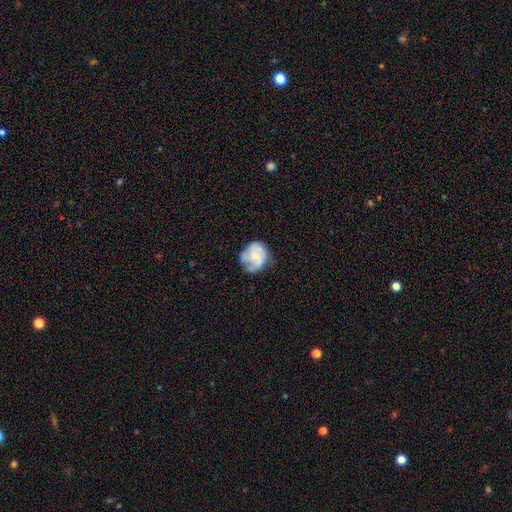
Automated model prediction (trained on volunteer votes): This appears to be a featured or disk galaxy (55%) with no bar (79%), spiral arms (73%) and a small central bulge (57%). Merging: none (54%).